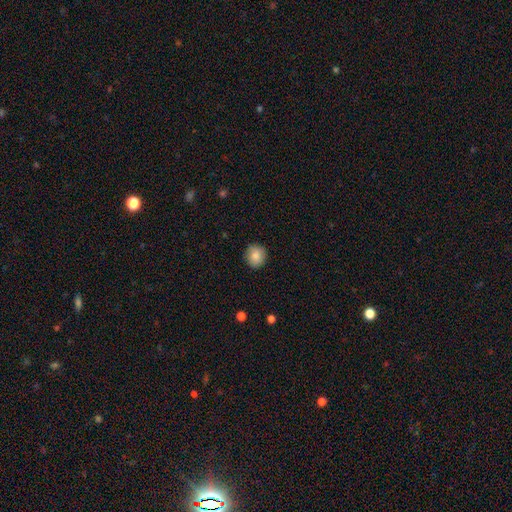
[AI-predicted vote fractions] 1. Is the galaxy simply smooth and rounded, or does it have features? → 85% smooth, 8% star or artifact, 6% featured or disk.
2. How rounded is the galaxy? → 83% round, 16% in between, 1% cigar-shaped.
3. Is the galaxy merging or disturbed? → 88% none, 9% minor disturbance, 2% major disturbance, 1% merger.